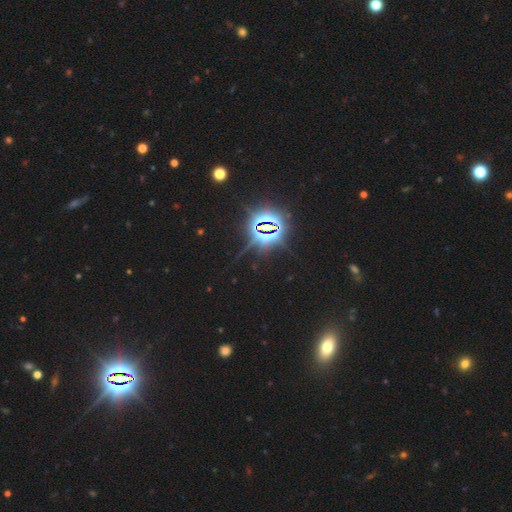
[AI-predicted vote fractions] Smooth or featured? Predicted: star or artifact (p=0.70).